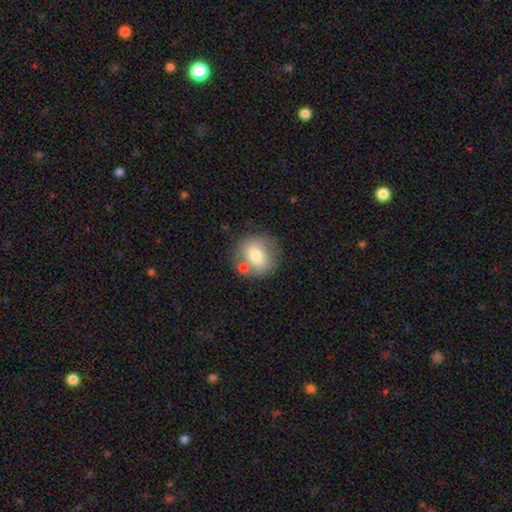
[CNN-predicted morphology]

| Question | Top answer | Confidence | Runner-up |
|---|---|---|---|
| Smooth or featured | smooth | 69% | featured or disk (23%) |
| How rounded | round | 82% | in between (17%) |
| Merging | none | 66% | merger (15%) |